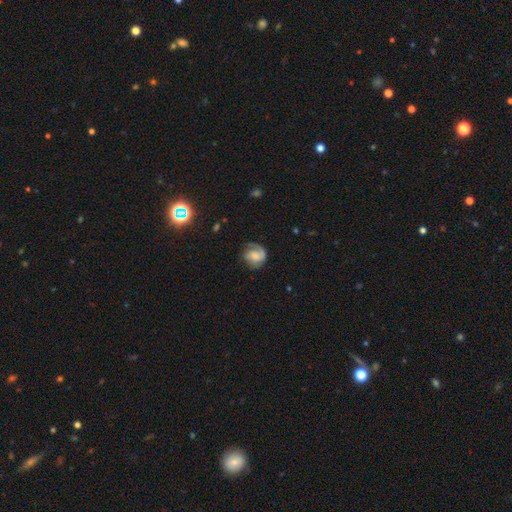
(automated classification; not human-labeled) The model was most divided on "bulge size" (3-way tie): small: 28%, none: 28%, moderate: 28%, large: 13%, dominant: 3%. Remaining: edge-on disk — no (98%); spiral arms — yes (90%); smooth or featured — featured or disk (63%); merging — none (61%); bar — no (52%); spiral arm count — 2 (45%); spiral winding — medium (40%).